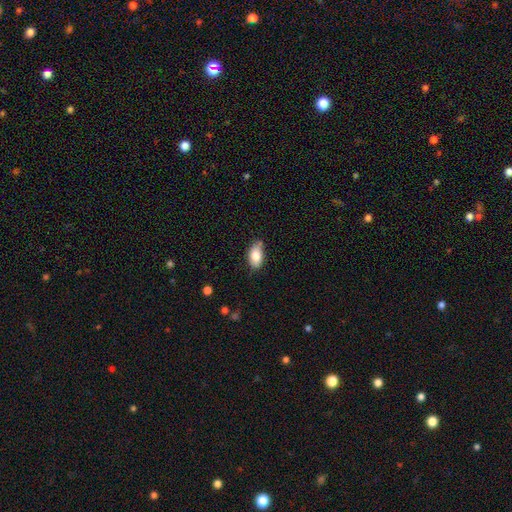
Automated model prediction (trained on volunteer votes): Q: Smooth or featured?
A: smooth (85%); runner-up: featured or disk (8%)
Q: How rounded?
A: in between (92%); runner-up: round (5%)
Q: Merging?
A: none (69%); runner-up: minor disturbance (23%)